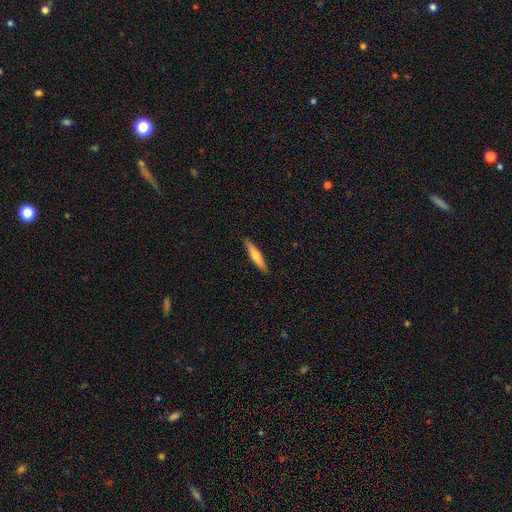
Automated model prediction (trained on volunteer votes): Q: Smooth or featured?
A: smooth (57%); runner-up: featured or disk (38%)
Q: How rounded?
A: cigar-shaped (89%); runner-up: in between (9%)
Q: Merging?
A: none (90%); runner-up: minor disturbance (7%)